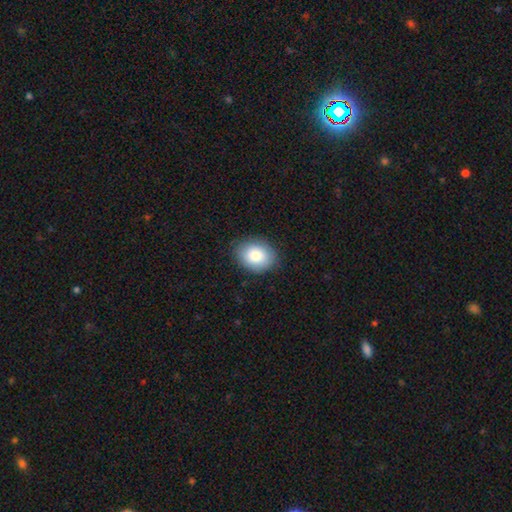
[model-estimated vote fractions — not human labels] Smooth or featured?
  - smooth: 83% *
  - featured or disk: 10%
  - star or artifact: 7%
How rounded?
  - in between: 62% *
  - round: 37%
  - cigar-shaped: 1%
Merging?
  - none: 84% *
  - minor disturbance: 12%
  - major disturbance: 3%
  - merger: 1%